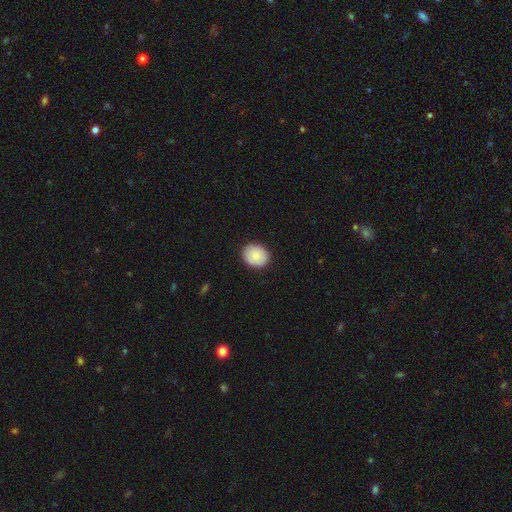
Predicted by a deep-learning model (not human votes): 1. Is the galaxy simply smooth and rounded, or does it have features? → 84% smooth, 9% featured or disk, 7% star or artifact.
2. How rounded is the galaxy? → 64% round, 35% in between, 1% cigar-shaped.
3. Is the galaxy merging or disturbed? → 89% none, 8% minor disturbance, 2% major disturbance, 1% merger.